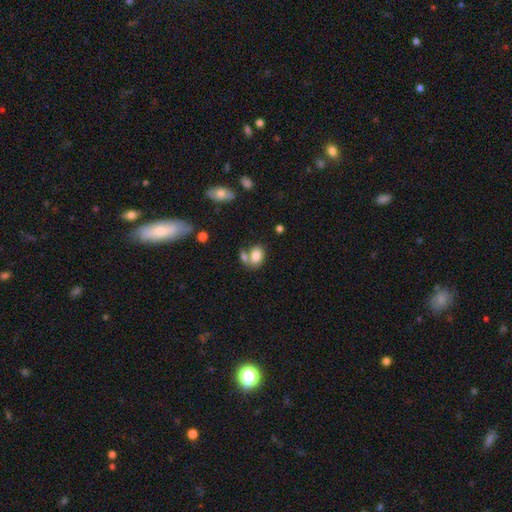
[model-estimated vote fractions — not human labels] Q: Smooth or featured?
A: smooth (81%); runner-up: featured or disk (10%)
Q: How rounded?
A: in between (75%); runner-up: round (24%)
Q: Merging?
A: none (44%); runner-up: merger (36%)